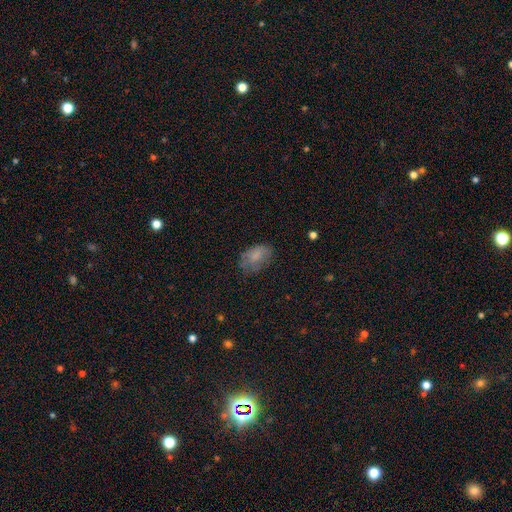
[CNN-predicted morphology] The model was most divided on "merging": none: 60%, minor disturbance: 27%, major disturbance: 11%, merger: 2%. More confident: how rounded — in between (88%); smooth or featured — smooth (75%).